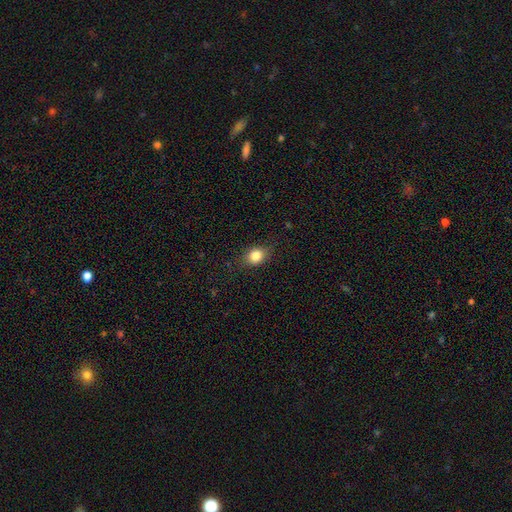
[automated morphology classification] smooth-or-featured: smooth: 83% | star or artifact: 10% | featured or disk: 8%
  how-rounded: in between: 55% | round: 44% | cigar-shaped: 2%
  merging: none: 82% | minor disturbance: 14% | major disturbance: 3% | merger: 1%